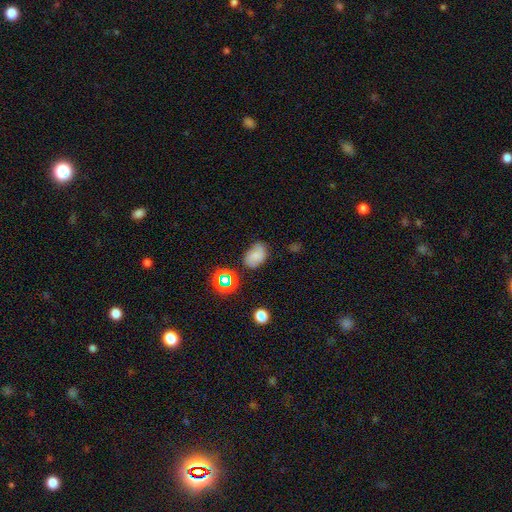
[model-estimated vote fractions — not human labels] This appears to be a smooth galaxy with no disk features (66%) that is in between round and cigar-shaped (79%). Merging: none (63%).